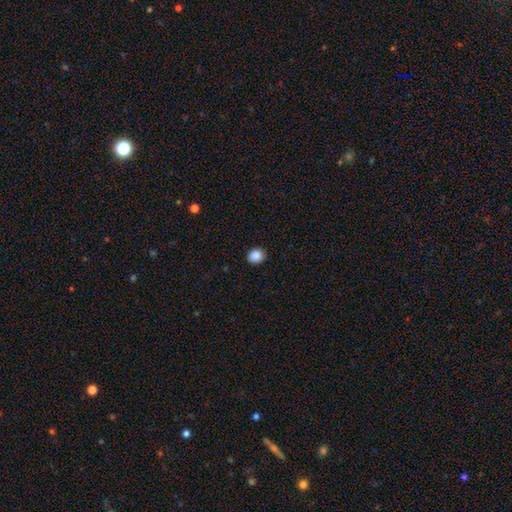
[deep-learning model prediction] A smooth galaxy with no disk features (88%) that is round (72%). Merging: none (91%).